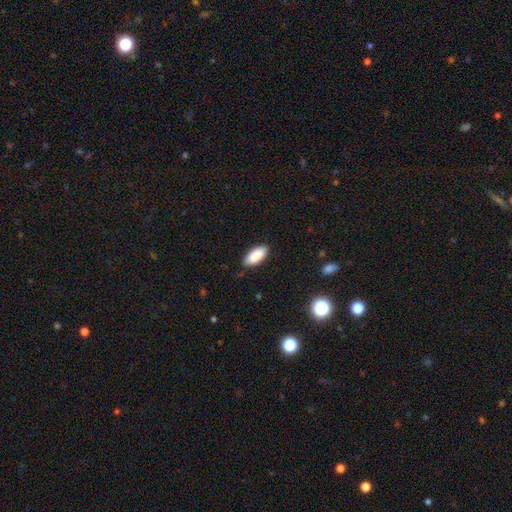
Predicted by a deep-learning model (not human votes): Overall: smooth (89%). How rounded: in between (88%). Merging: none (85%).